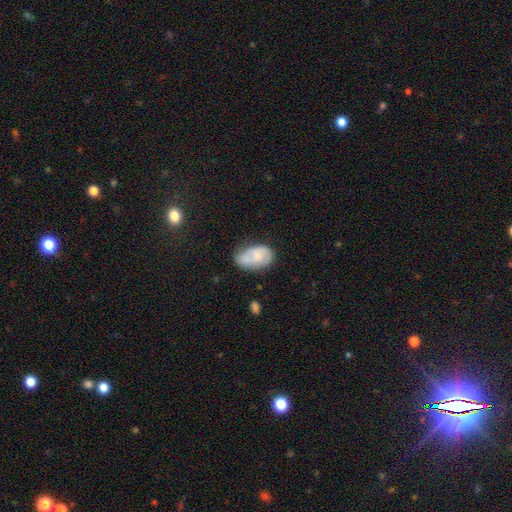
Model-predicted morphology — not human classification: Smooth or featured?
  - smooth: 57% *
  - featured or disk: 36%
  - star or artifact: 7%
How rounded?
  - in between: 91% *
  - round: 7%
  - cigar-shaped: 2%
Merging?
  - none: 54% *
  - minor disturbance: 32%
  - major disturbance: 9%
  - merger: 5%